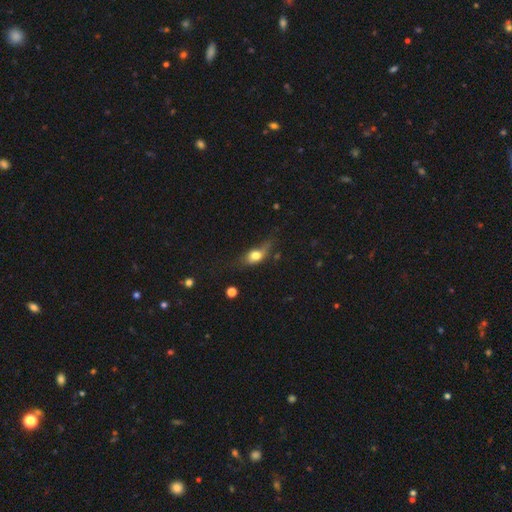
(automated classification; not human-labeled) A smooth galaxy with no disk features (69%) that is in between round and cigar-shaped (68%).

Vote fractions:
- Smooth or featured? smooth: 69% / featured or disk: 21% / star or artifact: 10%
- How rounded? in between: 68% / round: 20% / cigar-shaped: 13%
- Merging? none: 39% / minor disturbance: 33% / major disturbance: 24% / merger: 4%